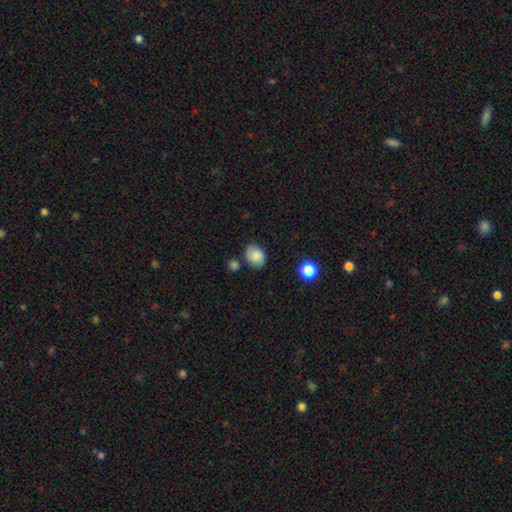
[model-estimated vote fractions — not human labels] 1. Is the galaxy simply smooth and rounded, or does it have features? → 68% smooth, 22% featured or disk, 9% star or artifact.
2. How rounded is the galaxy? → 57% in between, 42% round, 1% cigar-shaped.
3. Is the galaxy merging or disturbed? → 76% none, 16% minor disturbance, 5% merger, 4% major disturbance.